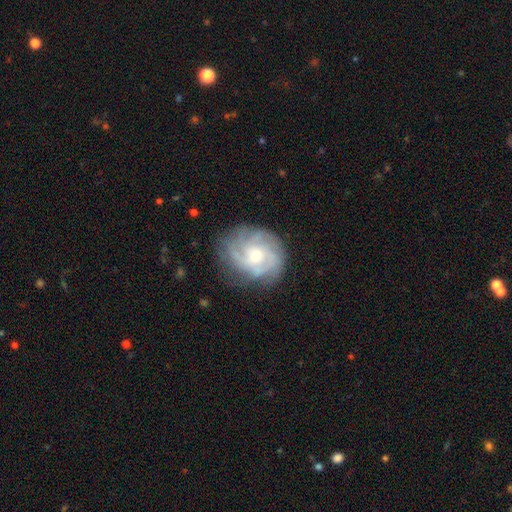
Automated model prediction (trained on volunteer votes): The model was most divided on "spiral arm count": can't tell: 32%, 3: 22%, 4: 22%, 2: 11%, more than 4: 8%, 1: 6%. More confident: edge-on disk — no (97%); spiral arms — yes (93%); smooth or featured — featured or disk (79%); bar — no (75%); merging — none (74%); spiral winding — tight (56%); bulge size — small (54%).